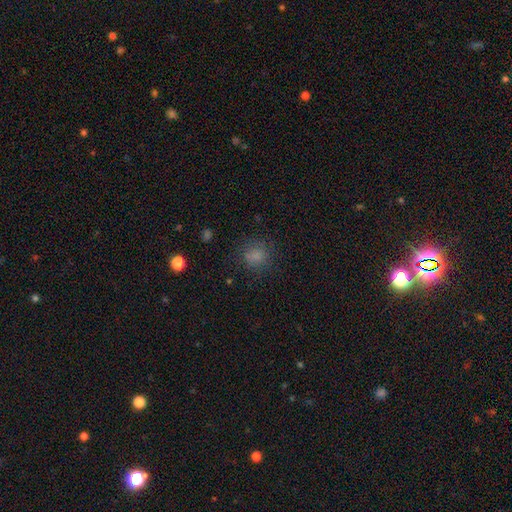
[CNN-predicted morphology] Smooth or featured? smooth (79%)
How rounded? round (85%)
Merging? none (77%)